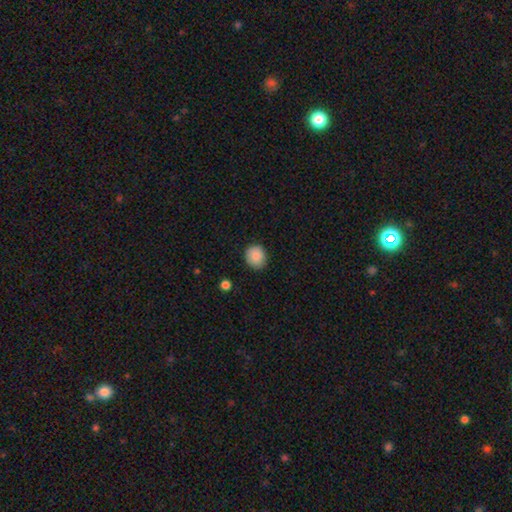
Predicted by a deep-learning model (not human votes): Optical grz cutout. It shows a smooth galaxy with no disk features (88%) that is round (77%). Merging: none (88%).